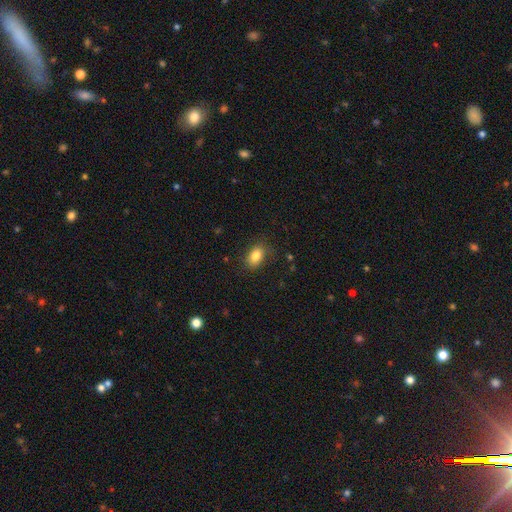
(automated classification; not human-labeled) Smooth or featured: smooth — 84% (star or artifact — 9%)
How rounded: in between — 84% (round — 14%)
Merging: none — 82% (minor disturbance — 13%)